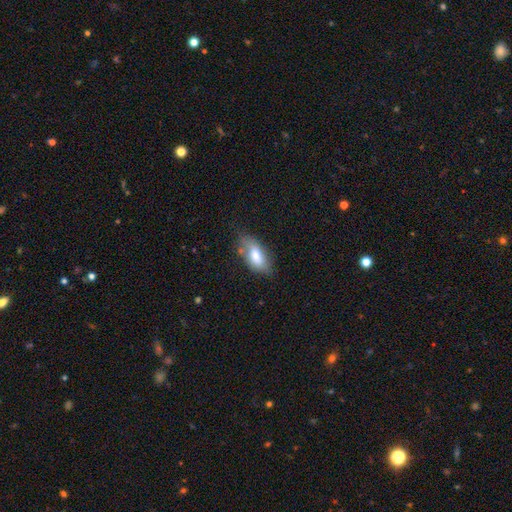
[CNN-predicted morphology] A smooth galaxy with no disk features (74%) that is in between round and cigar-shaped (88%).

Vote fractions:
- Smooth or featured? smooth: 74% / featured or disk: 19% / star or artifact: 7%
- How rounded? in between: 88% / cigar-shaped: 9% / round: 3%
- Merging? none: 62% / minor disturbance: 28% / major disturbance: 7% / merger: 4%